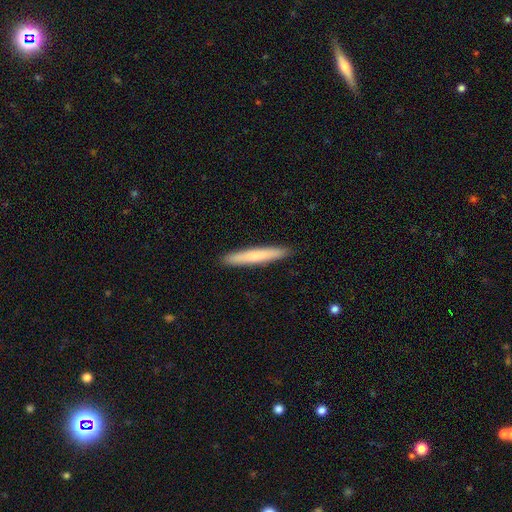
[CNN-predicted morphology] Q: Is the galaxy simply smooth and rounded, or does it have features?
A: smooth — 72%.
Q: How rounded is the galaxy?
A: cigar-shaped — 95%.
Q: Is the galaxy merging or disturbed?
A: none — 92%.